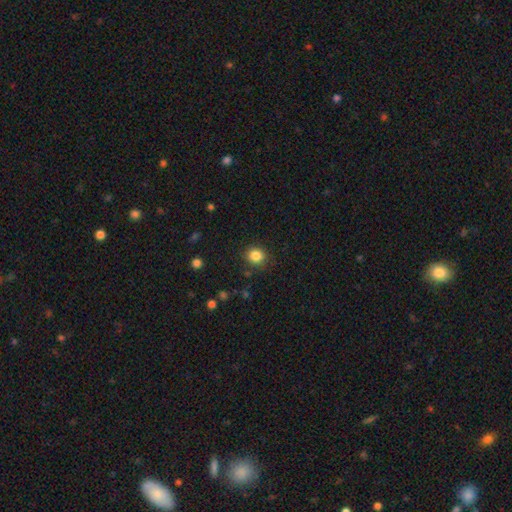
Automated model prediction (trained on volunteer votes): Smooth or featured: smooth — 84% (star or artifact — 11%)
How rounded: round — 83% (in between — 16%)
Merging: none — 87% (minor disturbance — 8%)